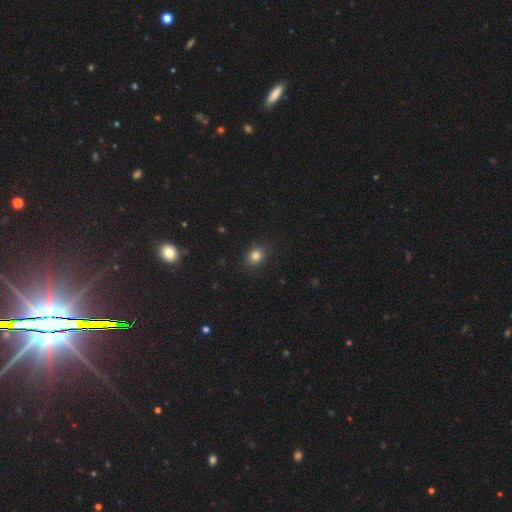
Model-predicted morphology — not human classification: smooth 81%, star or artifact 13%, featured or disk 6%. Down the decision tree: how rounded — round (65%); merging — none (89%).